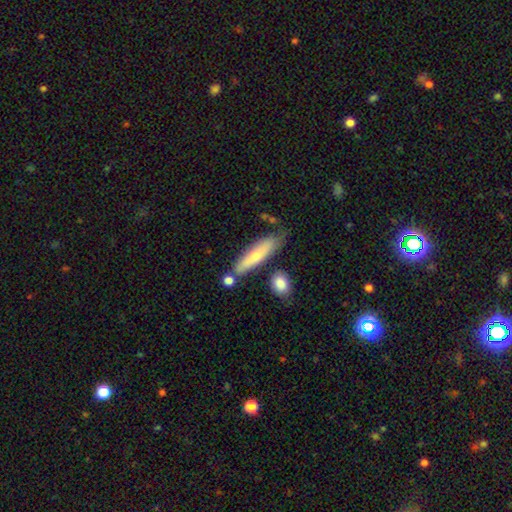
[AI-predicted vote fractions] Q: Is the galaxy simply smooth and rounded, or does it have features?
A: smooth — 65%.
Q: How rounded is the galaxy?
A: cigar-shaped — 74%.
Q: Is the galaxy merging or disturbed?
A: none — 67%.